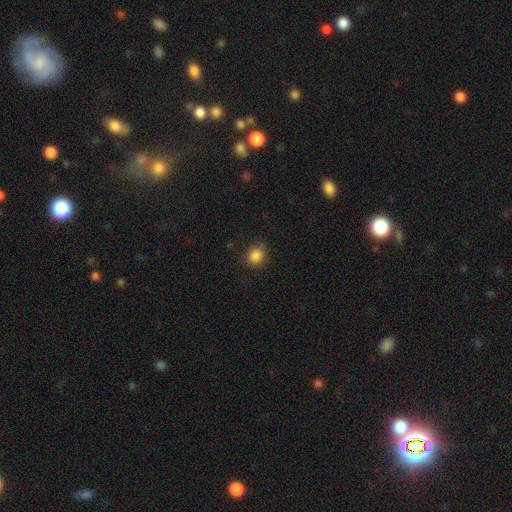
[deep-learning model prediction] Morphology: type=smooth (85%); roundness=round (76%); merging=none (83%).